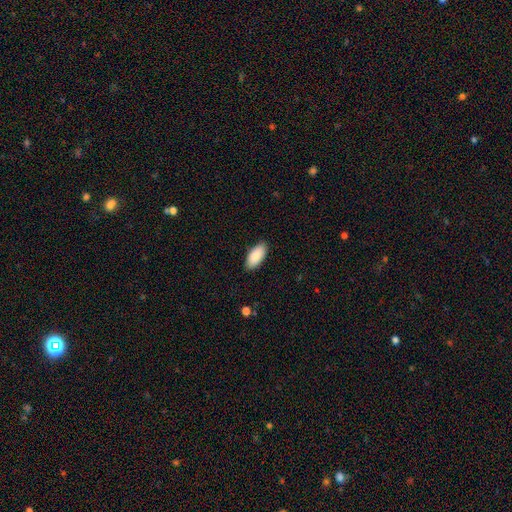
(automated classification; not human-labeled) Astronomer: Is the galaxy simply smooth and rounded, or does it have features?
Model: smooth — 88%.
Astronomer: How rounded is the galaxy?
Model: in between — 92%.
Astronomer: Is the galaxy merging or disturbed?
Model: none — 88%.